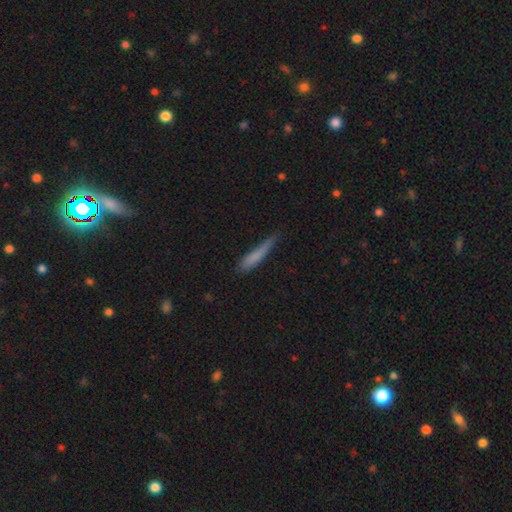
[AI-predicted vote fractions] smooth_or_featured: smooth (p=0.77) [alt: featured or disk p=0.16]
how_rounded: cigar-shaped (p=0.92) [alt: in between p=0.07]
merging: none (p=0.60) [alt: minor disturbance p=0.30]